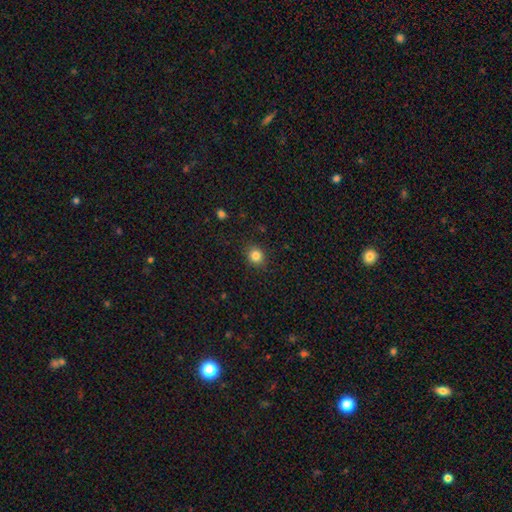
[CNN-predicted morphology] A smooth galaxy with no disk features (84%) that is round (82%). Merging: none (88%).